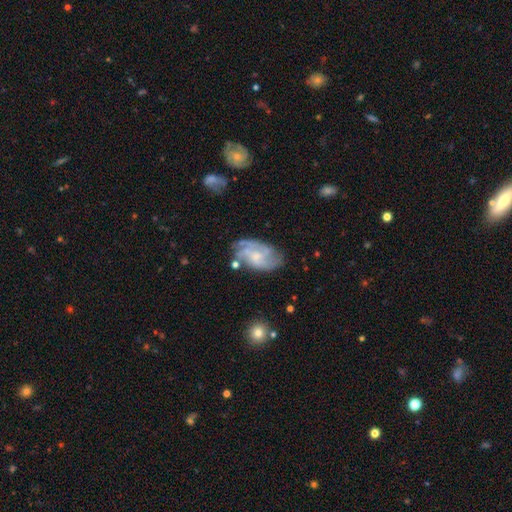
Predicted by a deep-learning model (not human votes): This appears to be a featured or disk galaxy (74%) with no bar (61%), medium (43%) spiral arms (86%) and a small central bulge (40%). Merging: none (61%).